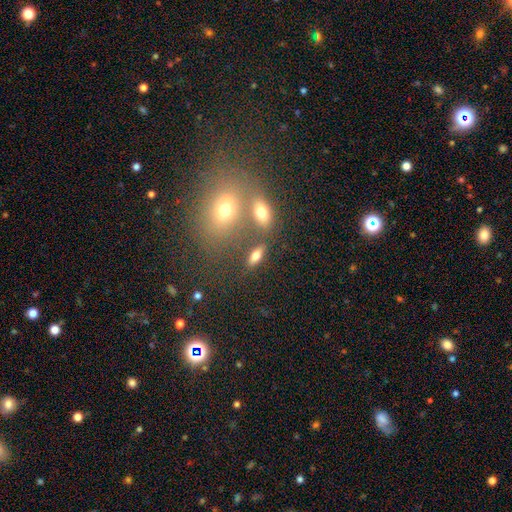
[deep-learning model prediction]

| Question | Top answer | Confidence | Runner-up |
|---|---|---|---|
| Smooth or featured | smooth | 72% | featured or disk (17%) |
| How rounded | in between | 77% | cigar-shaped (15%) |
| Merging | none | 70% | merger (13%) |